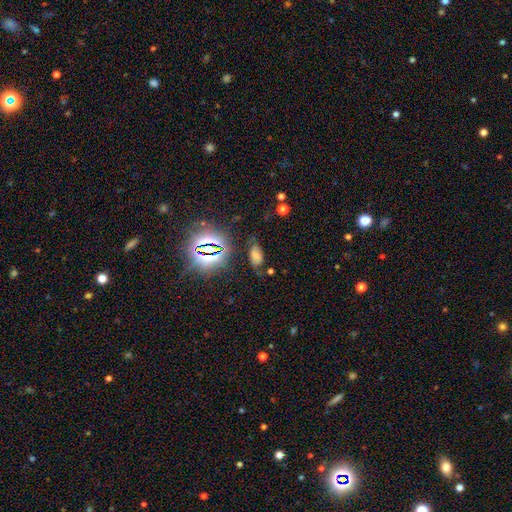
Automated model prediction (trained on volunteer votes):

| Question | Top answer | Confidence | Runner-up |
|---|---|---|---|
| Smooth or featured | smooth | 58% | star or artifact (28%) |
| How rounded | in between | 91% | round (5%) |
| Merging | none | 65% | minor disturbance (23%) |